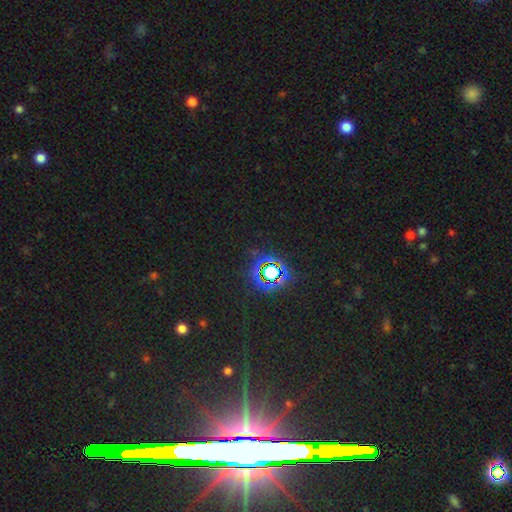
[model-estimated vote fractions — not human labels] smooth_or_featured: star or artifact (p=0.77) [alt: smooth p=0.13]